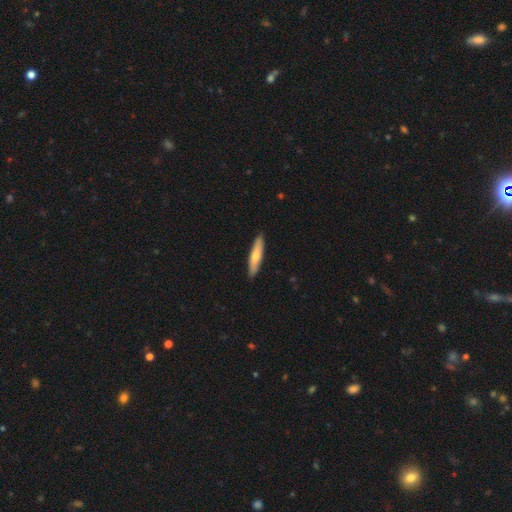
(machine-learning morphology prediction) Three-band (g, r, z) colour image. It shows a smooth galaxy with no disk features (67%) that is cigar-shaped (84%). Merging: none (91%).